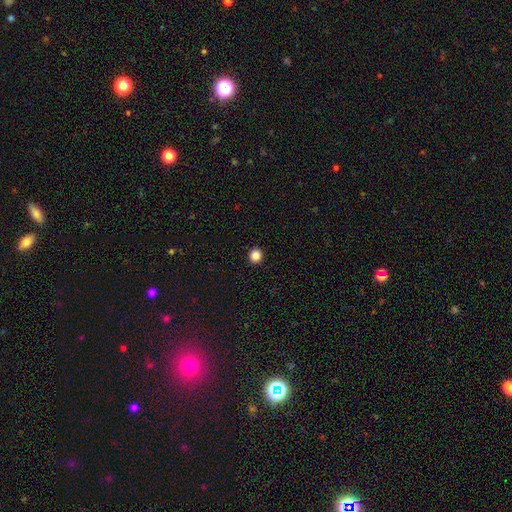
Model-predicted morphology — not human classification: smooth-or-featured: smooth: 86% | star or artifact: 11% | featured or disk: 3%
  how-rounded: round: 91% | in between: 8% | cigar-shaped: 1%
  merging: none: 94% | minor disturbance: 4% | major disturbance: 1% | merger: 1%